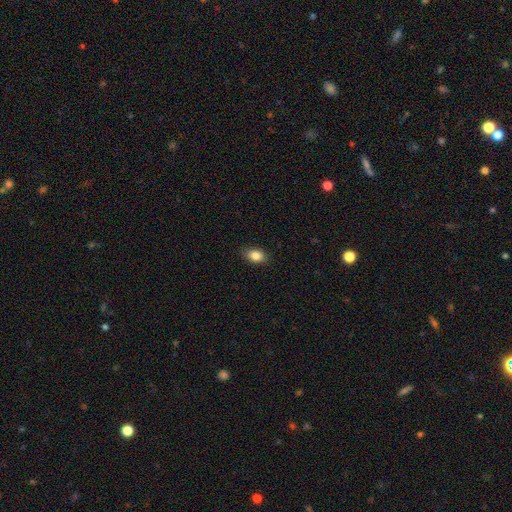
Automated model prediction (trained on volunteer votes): This is clearly a smooth galaxy (85%). How rounded: clearly in between (82%). Merging: clearly none (85%).